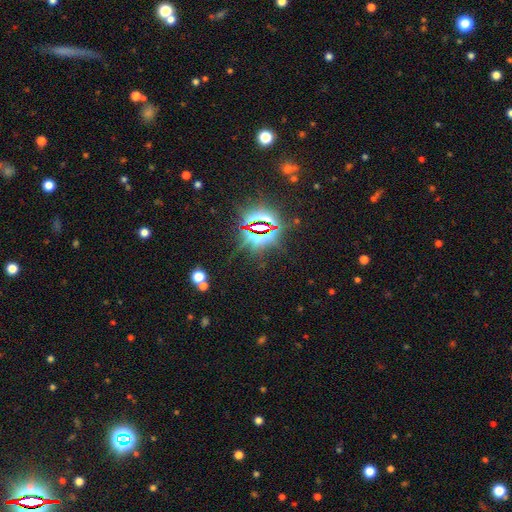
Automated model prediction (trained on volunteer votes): Smooth or featured?
  - star or artifact: 84% *
  - smooth: 9%
  - featured or disk: 7%